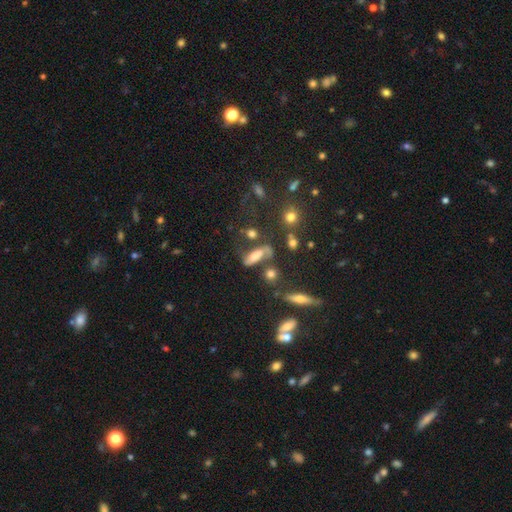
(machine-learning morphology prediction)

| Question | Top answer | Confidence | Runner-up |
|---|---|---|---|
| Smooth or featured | smooth | 52% | featured or disk (34%) |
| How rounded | in between | 59% | cigar-shaped (34%) |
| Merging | none | 45% | minor disturbance (22%) |